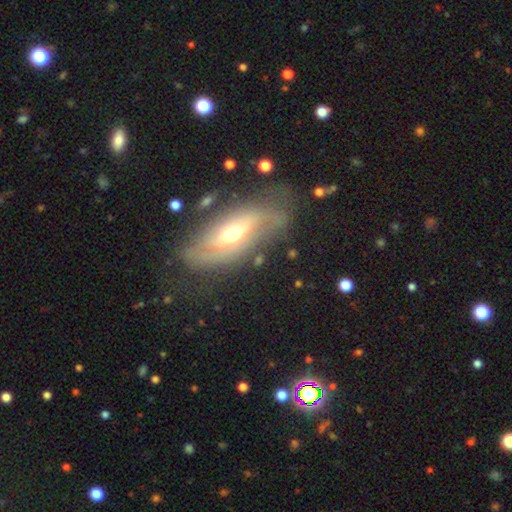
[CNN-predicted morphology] This is likely a featured or disk galaxy (65%). It is likely not viewed edge-on (79%). Bar: likely no (60%). Spiral arm pattern: likely yes (74%). Central bulge: possibly moderate (58%). Merging: likely none (75%).